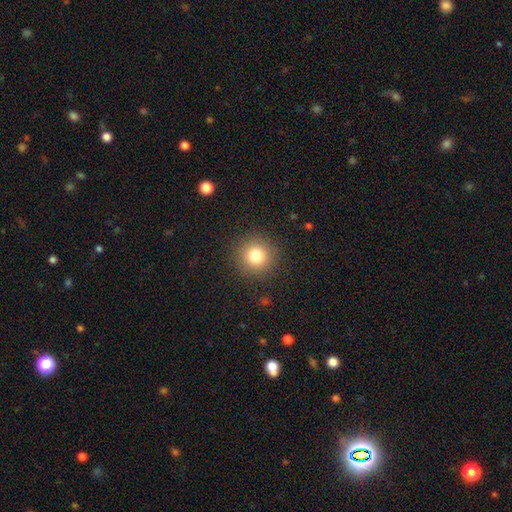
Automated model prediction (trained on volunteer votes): Smooth or featured? smooth (81%)
How rounded? round (94%)
Merging? none (90%)